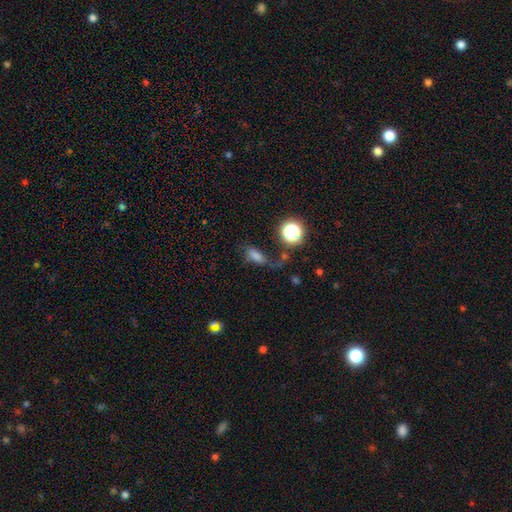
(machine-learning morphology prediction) smooth-or-featured: smooth: 59% | featured or disk: 21% | star or artifact: 19%
  how-rounded: in between: 72% | round: 16% | cigar-shaped: 12%
  merging: none: 41% | major disturbance: 29% | minor disturbance: 21% | merger: 9%